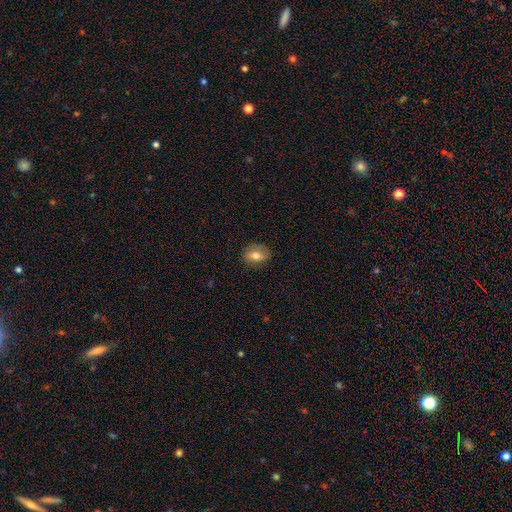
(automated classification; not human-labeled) This is likely a smooth galaxy (72%). How rounded: likely in between (68%). Merging: clearly none (80%).